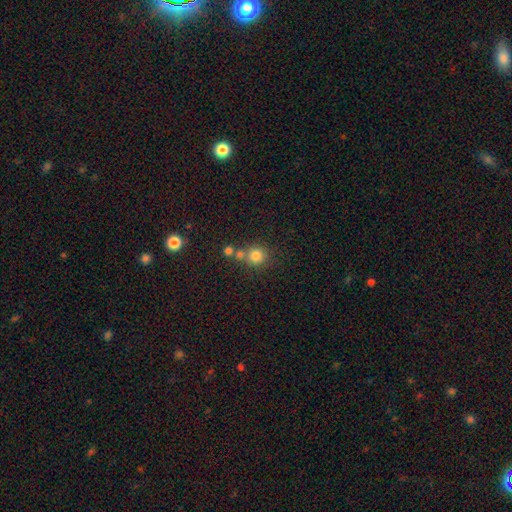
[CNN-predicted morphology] The model was most divided on "merging": none: 58%, merger: 30%, minor disturbance: 8%, major disturbance: 4%. More confident: how rounded — round (89%); smooth or featured — smooth (79%).